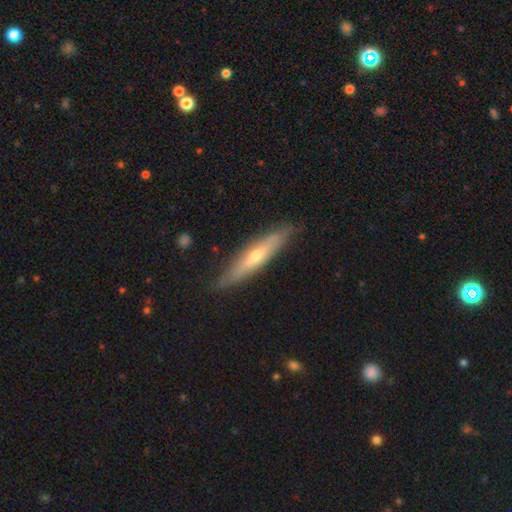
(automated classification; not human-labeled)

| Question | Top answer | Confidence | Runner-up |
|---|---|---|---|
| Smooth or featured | featured or disk | 50% | smooth (44%) |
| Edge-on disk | yes | 80% | no (20%) |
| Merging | none | 84% | minor disturbance (13%) |